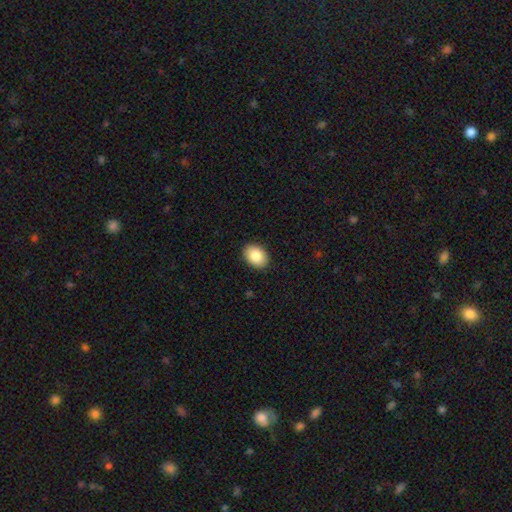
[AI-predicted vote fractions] A smooth galaxy with no disk features (87%) that is in between round and cigar-shaped (75%). Merging: none (90%).